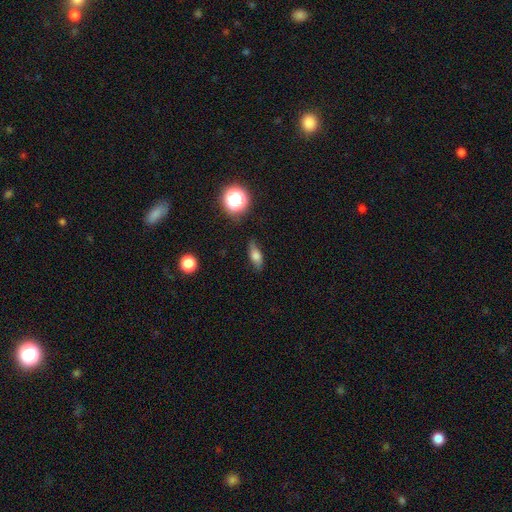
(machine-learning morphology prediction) A smooth galaxy with no disk features (63%) that is in between round and cigar-shaped (62%). Merging: none (77%).